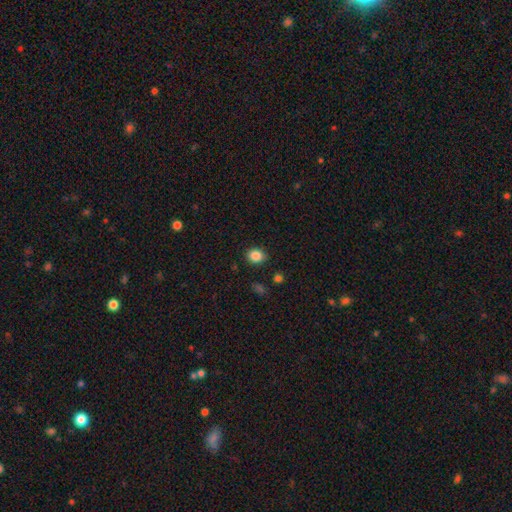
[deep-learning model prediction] A smooth galaxy with no disk features (85%) that is round (66%). Merging: none (86%).